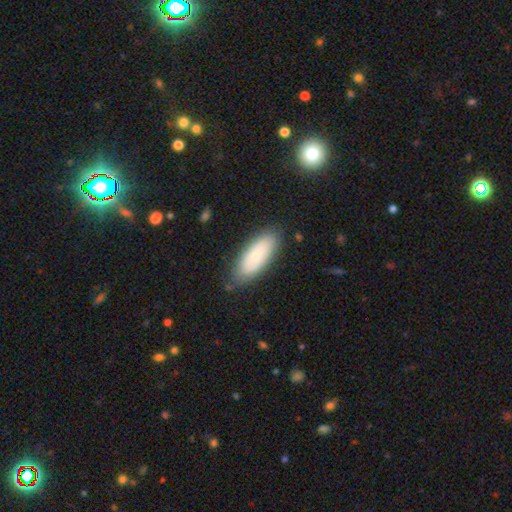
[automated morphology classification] This is likely a smooth galaxy (69%). How rounded: likely in between (77%). Merging: clearly none (81%).